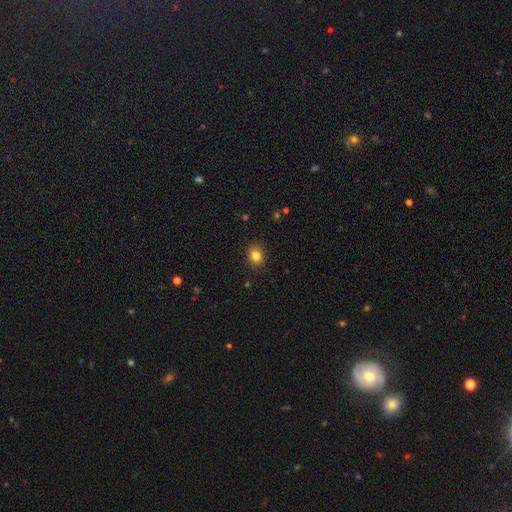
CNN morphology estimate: Smooth or featured? smooth (83%)
How rounded? round (52%)
Merging? none (89%)